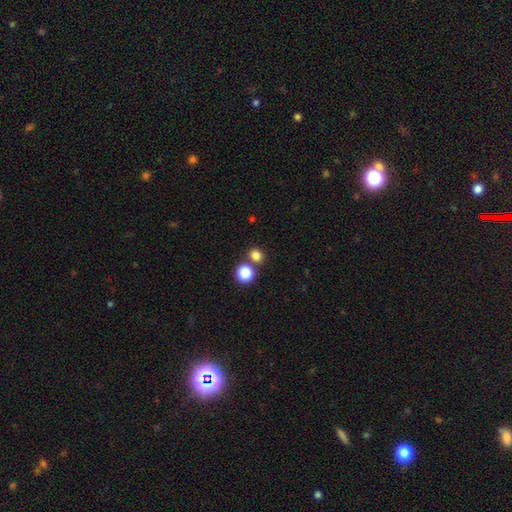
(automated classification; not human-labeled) smooth-or-featured: smooth: 79% | star or artifact: 15% | featured or disk: 5%
  how-rounded: round: 73% | in between: 26% | cigar-shaped: 1%
  merging: none: 68% | merger: 22% | minor disturbance: 8% | major disturbance: 3%